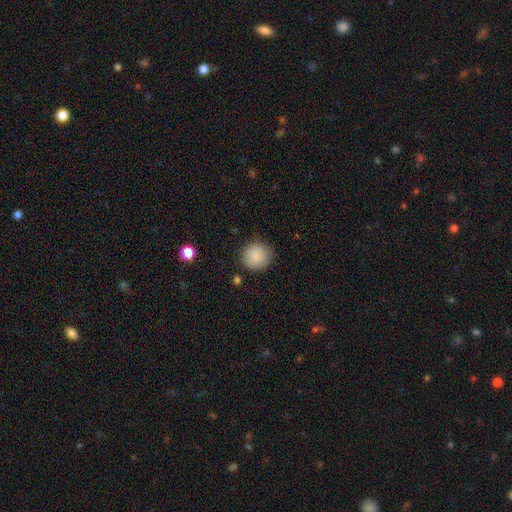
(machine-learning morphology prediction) This appears to be a smooth galaxy with no disk features (88%) that is round (92%). Merging: none (87%).